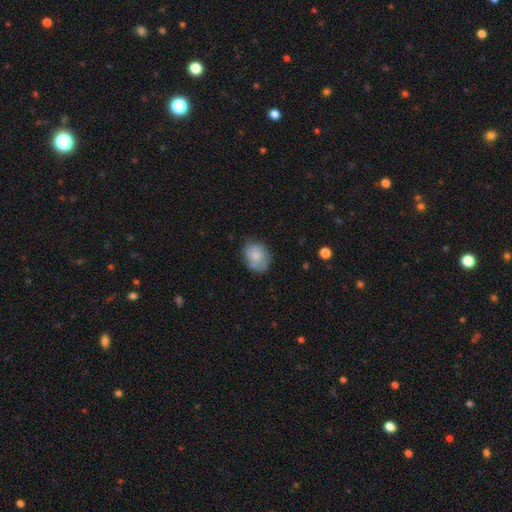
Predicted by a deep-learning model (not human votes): smooth 75%, featured or disk 17%, star or artifact 7%. Down the decision tree: how rounded — in between (54%); merging — none (66%).